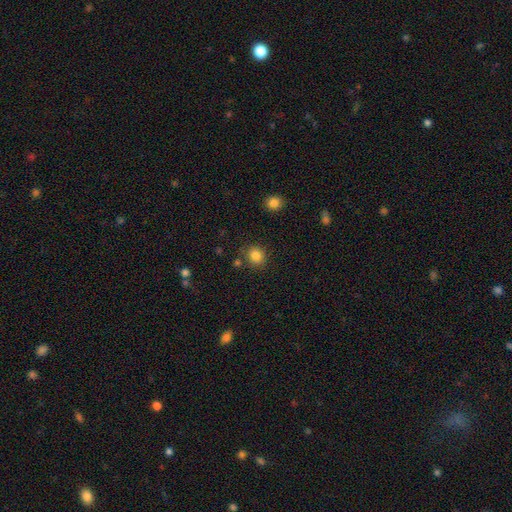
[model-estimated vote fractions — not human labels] Smooth or featured?
  - smooth: 85% *
  - star or artifact: 11%
  - featured or disk: 4%
How rounded?
  - round: 84% *
  - in between: 15%
  - cigar-shaped: 1%
Merging?
  - none: 82% *
  - minor disturbance: 9%
  - merger: 5%
  - major disturbance: 3%